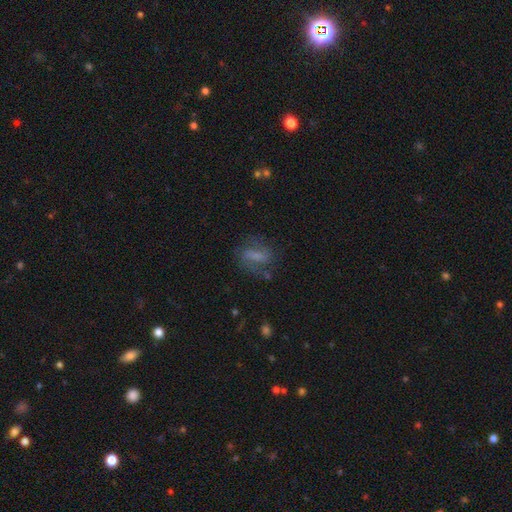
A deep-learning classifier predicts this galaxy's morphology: The model was most divided on "smooth or featured": featured or disk: 51%, smooth: 38%, star or artifact: 11%. More confident: edge-on disk — no (92%); merging — none (64%).